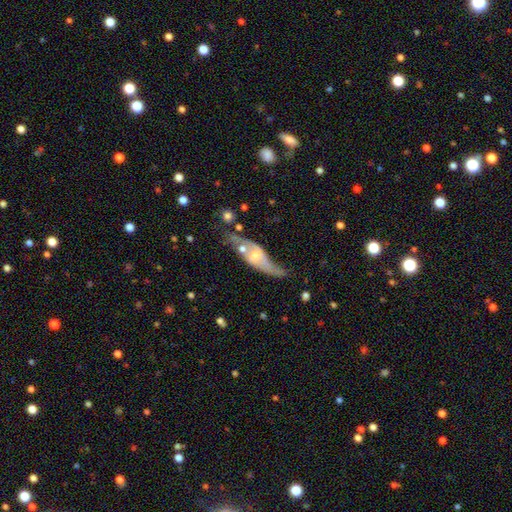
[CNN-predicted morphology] type=featured or disk (68%); edge-on=no (75%); bar=no (64%); spiral arms=yes (70%); bulge=small (47%); merging=none (36%).